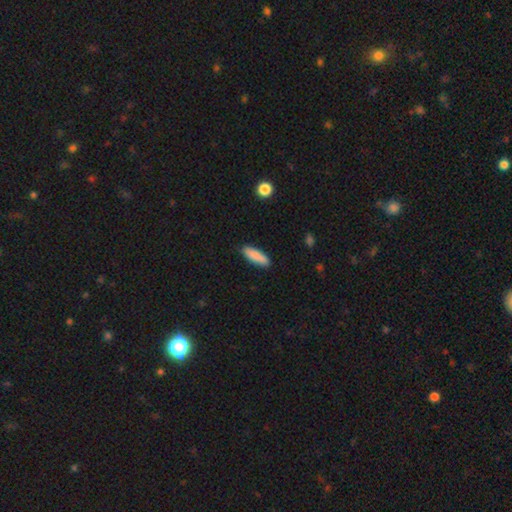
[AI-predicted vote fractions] Smooth or featured?
  - smooth: 87% *
  - featured or disk: 7%
  - star or artifact: 6%
How rounded?
  - cigar-shaped: 57% *
  - in between: 41%
  - round: 2%
Merging?
  - none: 87% *
  - minor disturbance: 10%
  - major disturbance: 2%
  - merger: 1%